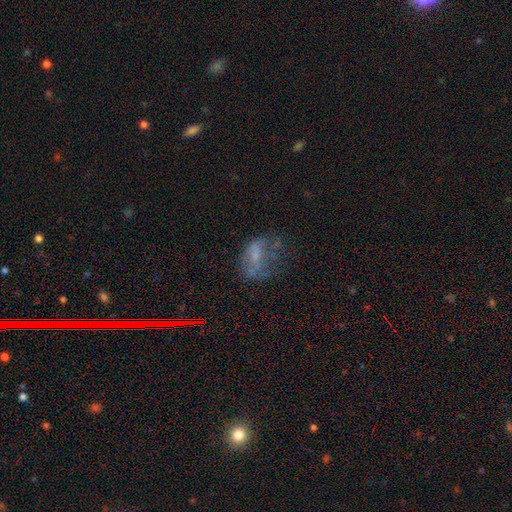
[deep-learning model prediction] smooth-or-featured: smooth: 44% | featured or disk: 39% | star or artifact: 17%
  merging: none: 37% | major disturbance: 34% | minor disturbance: 24% | merger: 5%